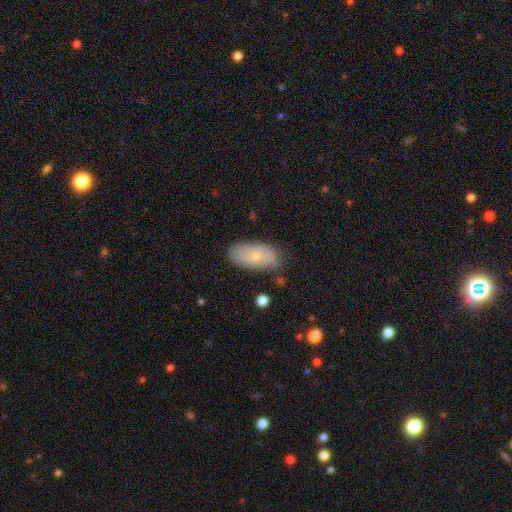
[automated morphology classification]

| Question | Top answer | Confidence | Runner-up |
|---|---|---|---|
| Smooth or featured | smooth | 63% | featured or disk (30%) |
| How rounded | in between | 92% | cigar-shaped (4%) |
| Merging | none | 76% | minor disturbance (18%) |